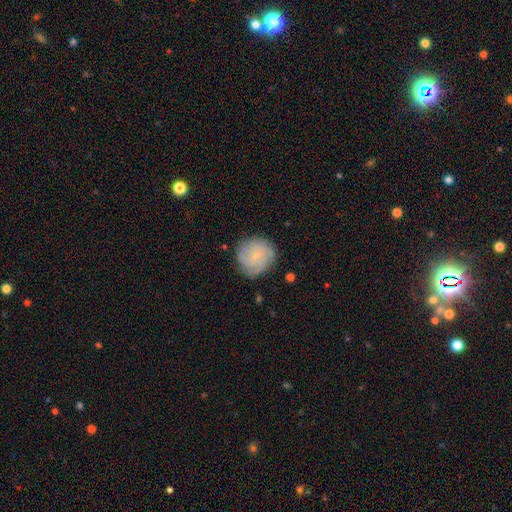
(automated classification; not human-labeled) Morphology: type=featured or disk (68%); edge-on=no (98%); bar=no (73%); spiral arms=yes (93%); winding=tight (66%); arm count=can't tell (30%); bulge=small (80%); merging=none (79%).